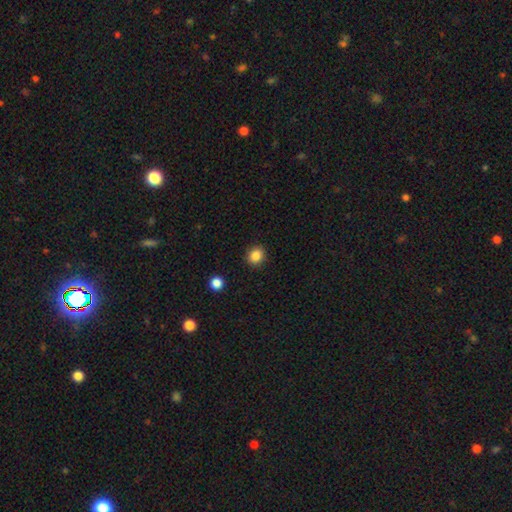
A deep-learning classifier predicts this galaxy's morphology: type=smooth (86%); roundness=round (74%); merging=none (90%).